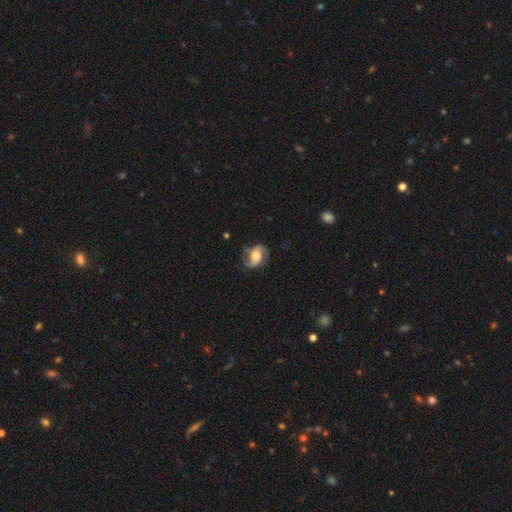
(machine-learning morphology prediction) Smooth or featured?
  - featured or disk: 69% *
  - smooth: 23%
  - star or artifact: 8%
Edge-on disk?
  - no: 97% *
  - yes: 3%
Bar?
  - no: 52% *
  - weak: 35%
  - strong: 13%
Spiral arms?
  - yes: 91% *
  - no: 9%
Spiral winding?
  - loose: 45% *
  - medium: 40%
  - tight: 15%
Spiral arm count?
  - 2: 83% *
  - can't tell: 6%
  - 1: 5%
  - 3: 4%
  - 4: 1%
  - more than 4: 1%
Bulge size?
  - moderate: 51% *
  - large: 22%
  - small: 19%
  - none: 5%
  - dominant: 3%
Merging?
  - none: 65% *
  - minor disturbance: 21%
  - major disturbance: 11%
  - merger: 2%